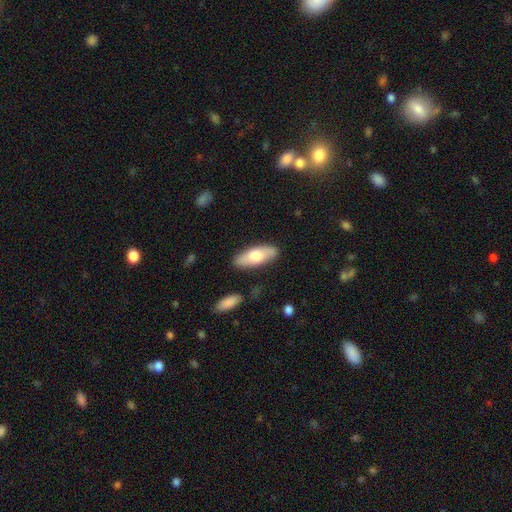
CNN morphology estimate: Smooth or featured?
  - smooth: 68% *
  - featured or disk: 27%
  - star or artifact: 5%
How rounded?
  - in between: 75% *
  - cigar-shaped: 23%
  - round: 2%
Merging?
  - none: 85% *
  - minor disturbance: 11%
  - merger: 2%
  - major disturbance: 2%